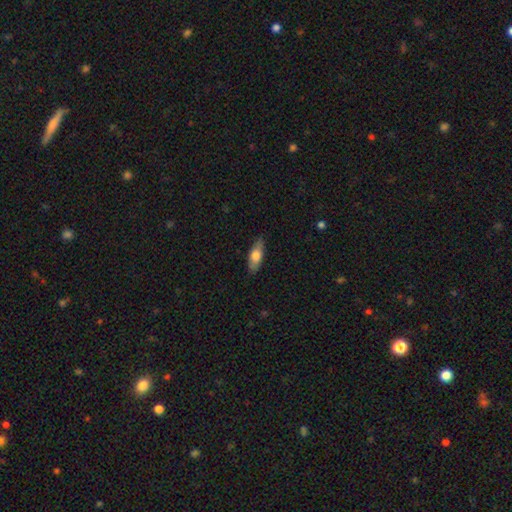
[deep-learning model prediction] Morphology: type=smooth (68%); roundness=in between (68%); merging=none (84%).